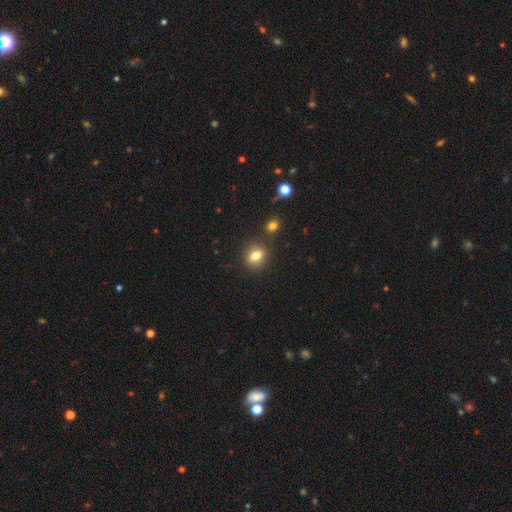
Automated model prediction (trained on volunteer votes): smooth_or_featured: smooth (p=0.76) [alt: featured or disk p=0.12]
how_rounded: in between (p=0.55) [alt: round p=0.42]
merging: none (p=0.80) [alt: minor disturbance p=0.09]